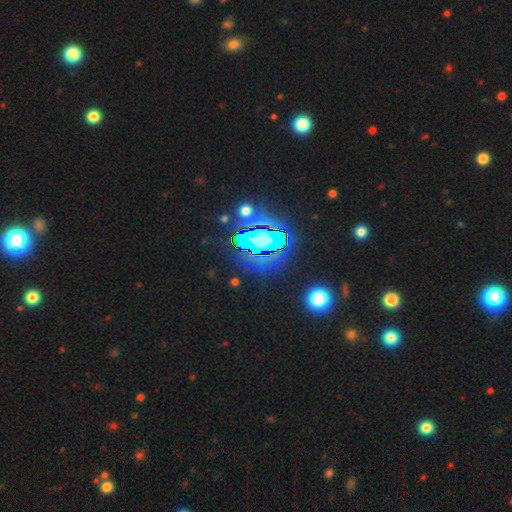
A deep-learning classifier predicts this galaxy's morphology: The model was most divided on "smooth or featured": star or artifact: 83%, smooth: 10%, featured or disk: 7%.